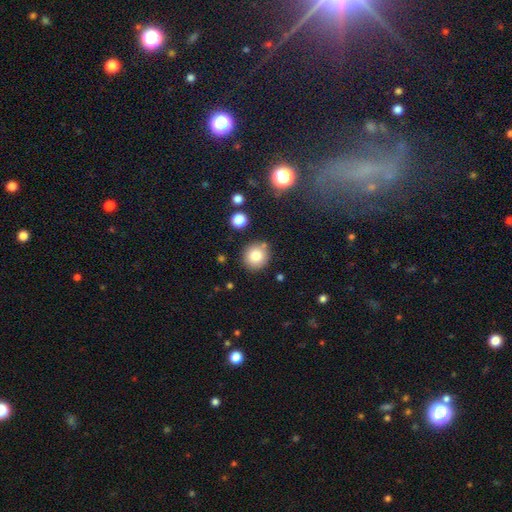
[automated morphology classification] smooth-or-featured: smooth: 81% | star or artifact: 11% | featured or disk: 9%
  how-rounded: round: 91% | in between: 8% | cigar-shaped: 1%
  merging: none: 82% | minor disturbance: 9% | merger: 6% | major disturbance: 3%